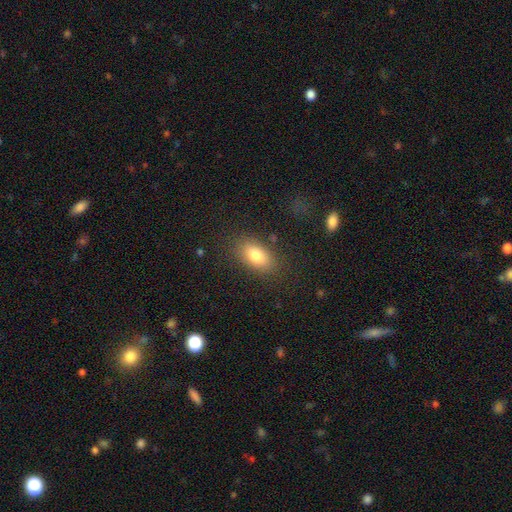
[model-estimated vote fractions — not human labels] This appears to be a smooth galaxy with no disk features (80%) that is in between round and cigar-shaped (88%). Merging: none (82%).